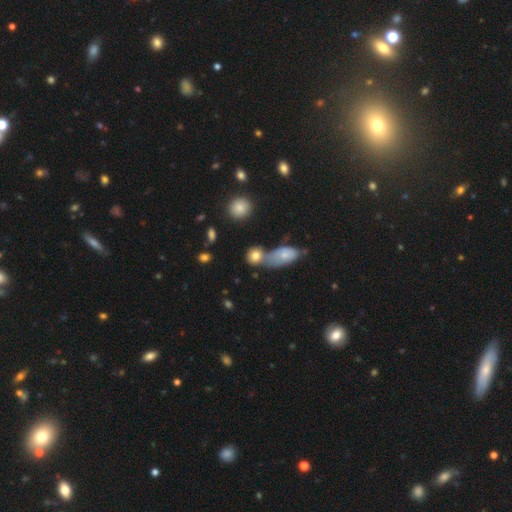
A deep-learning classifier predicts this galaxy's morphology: type=smooth (77%); roundness=round (58%); merging=merger (45%).